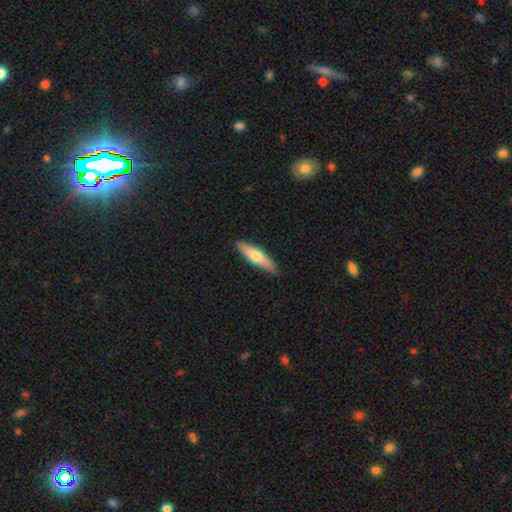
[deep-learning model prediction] This is possibly a smooth galaxy (59%). How rounded: likely cigar-shaped (74%). Merging: clearly none (89%).